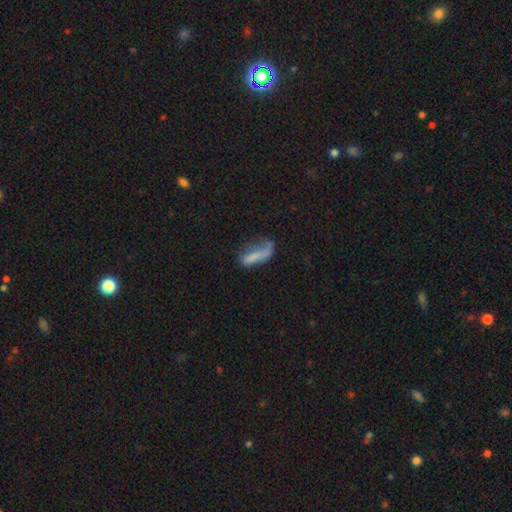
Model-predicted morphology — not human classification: The model was most divided on "how rounded": in between: 50%, cigar-shaped: 47%, round: 3%. Remaining: smooth or featured — smooth (60%); merging — major disturbance (36%).